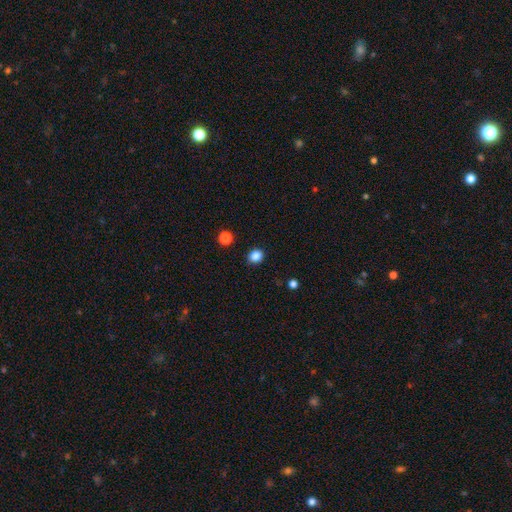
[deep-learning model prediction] This appears to be a smooth galaxy with no disk features (85%) that is round (76%). Merging: none (90%).